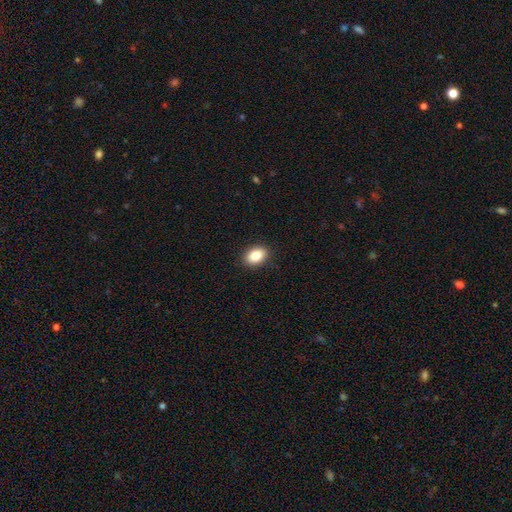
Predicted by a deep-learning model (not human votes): The model was most divided on "how rounded": in between: 83%, round: 16%, cigar-shaped: 1%. More confident: merging — none (90%); smooth or featured — smooth (85%).